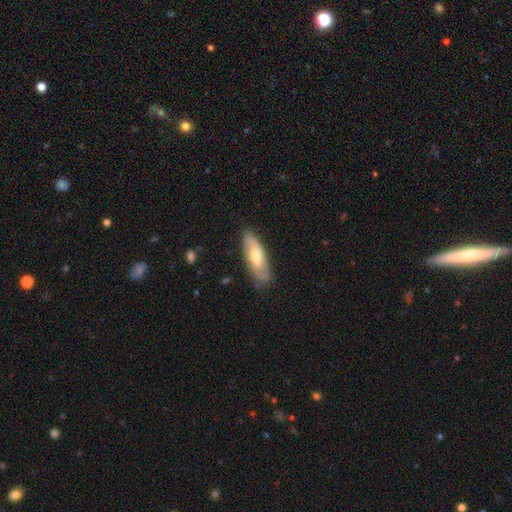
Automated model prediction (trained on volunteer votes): Smooth or featured?
  - smooth: 49% *
  - featured or disk: 46%
  - star or artifact: 6%
Merging?
  - none: 81% *
  - minor disturbance: 15%
  - major disturbance: 3%
  - merger: 1%